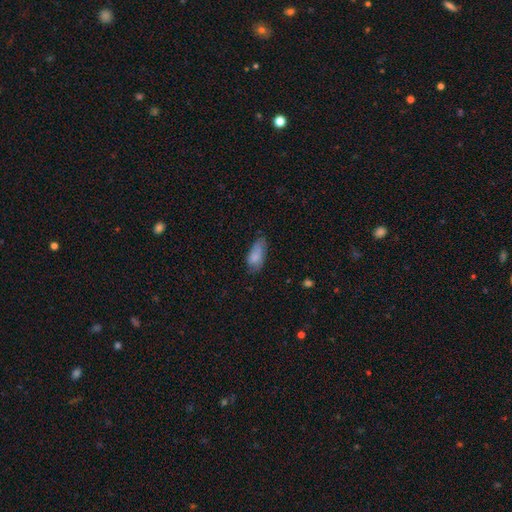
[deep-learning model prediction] The model was most divided on "merging": none: 54%, minor disturbance: 33%, major disturbance: 11%, merger: 2%. More confident: how rounded — in between (86%); smooth or featured — smooth (81%).